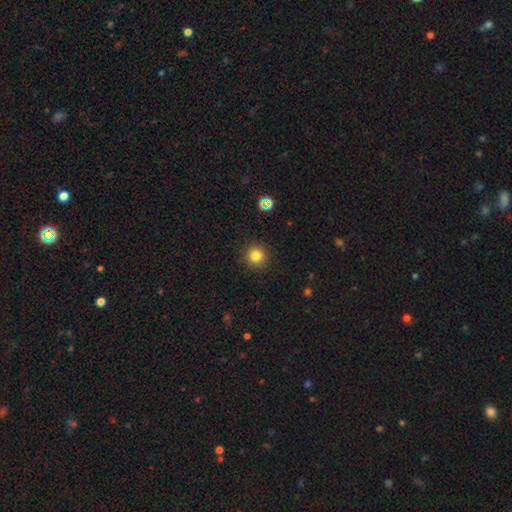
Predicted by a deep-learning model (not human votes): The model was most divided on "smooth or featured": smooth: 82%, star or artifact: 13%, featured or disk: 5%. More confident: how rounded — round (94%); merging — none (91%).